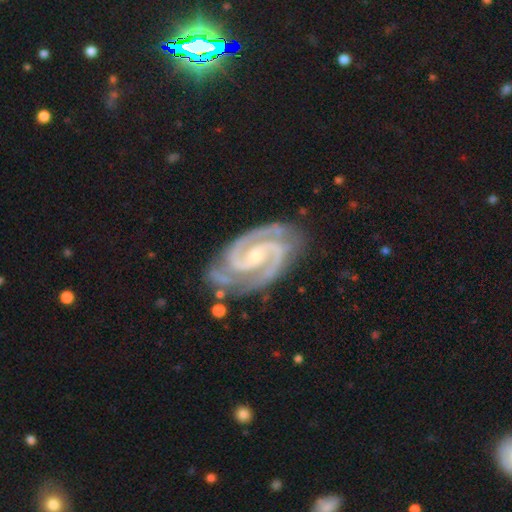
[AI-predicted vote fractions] smooth_or_featured: featured or disk (p=0.94) [alt: star or artifact p=0.04]
disk_edge_on: no (p=0.98) [alt: yes p=0.02]
bar: no (p=0.41) [alt: weak p=0.38]
has_spiral_arms: yes (p=0.99) [alt: no p=0.01]
spiral_winding: tight (p=0.52) [alt: medium p=0.44]
spiral_arm_count: 2 (p=0.89) [alt: 3 p=0.06]
bulge_size: small (p=0.71) [alt: moderate p=0.20]
merging: none (p=0.76) [alt: minor disturbance p=0.17]